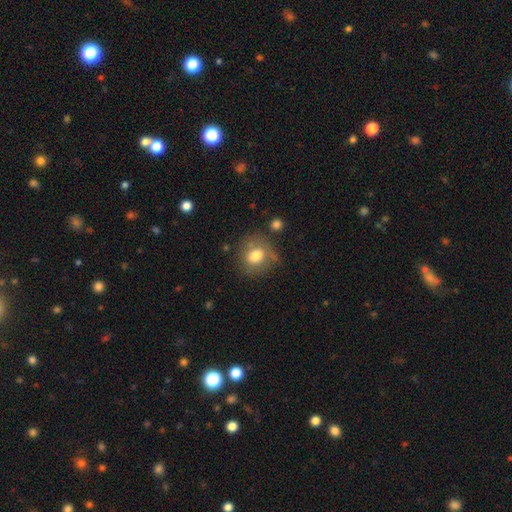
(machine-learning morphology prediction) smooth 74%, featured or disk 16%, star or artifact 9%. Down the decision tree: how rounded — round (74%); merging — none (66%).